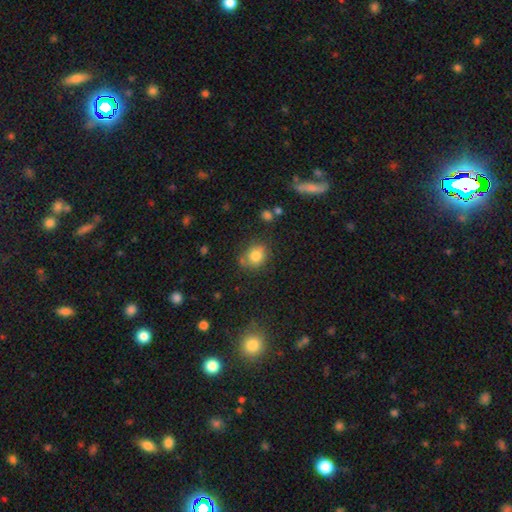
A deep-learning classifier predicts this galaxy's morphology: smooth 80%, star or artifact 11%, featured or disk 10%. Down the decision tree: how rounded — round (62%); merging — none (68%).